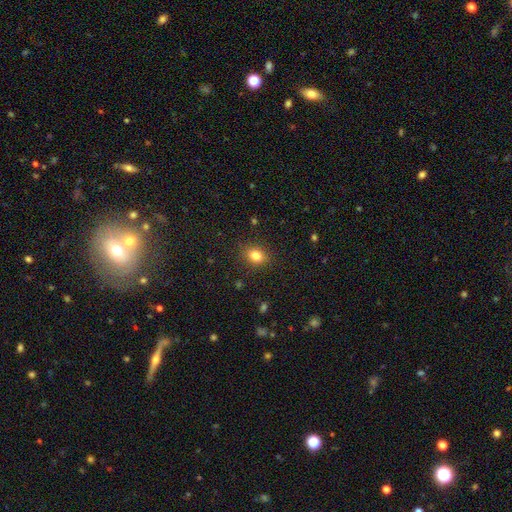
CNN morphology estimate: This is clearly a smooth galaxy (82%). How rounded: possibly in between (56%). Merging: clearly none (87%).